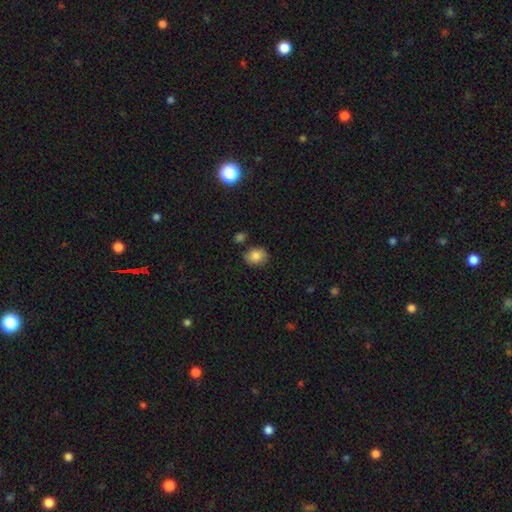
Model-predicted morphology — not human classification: Q: Smooth or featured?
A: smooth (85%); runner-up: star or artifact (9%)
Q: How rounded?
A: round (58%); runner-up: in between (41%)
Q: Merging?
A: none (77%); runner-up: minor disturbance (14%)